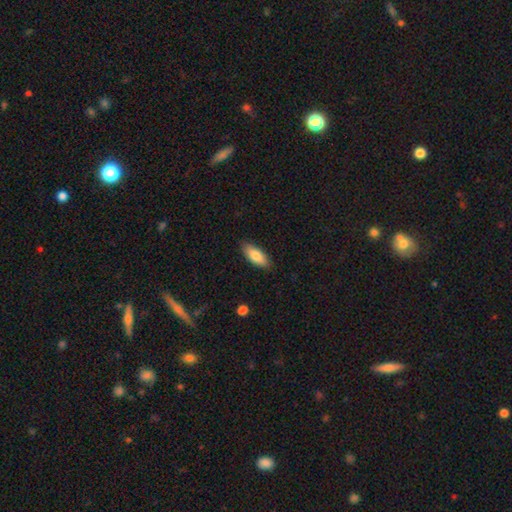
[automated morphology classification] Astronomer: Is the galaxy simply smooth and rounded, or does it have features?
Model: smooth — 82%.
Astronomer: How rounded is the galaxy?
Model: in between — 77%.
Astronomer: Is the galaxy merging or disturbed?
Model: none — 87%.